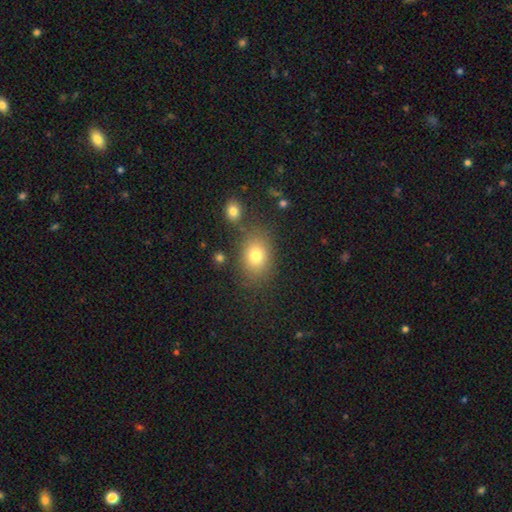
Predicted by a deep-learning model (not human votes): A smooth galaxy with no disk features (79%) that is in between round and cigar-shaped (67%).

Vote fractions:
- Smooth or featured? smooth: 79% / star or artifact: 12% / featured or disk: 10%
- How rounded? in between: 67% / round: 32% / cigar-shaped: 1%
- Merging? none: 76% / minor disturbance: 12% / merger: 7% / major disturbance: 5%